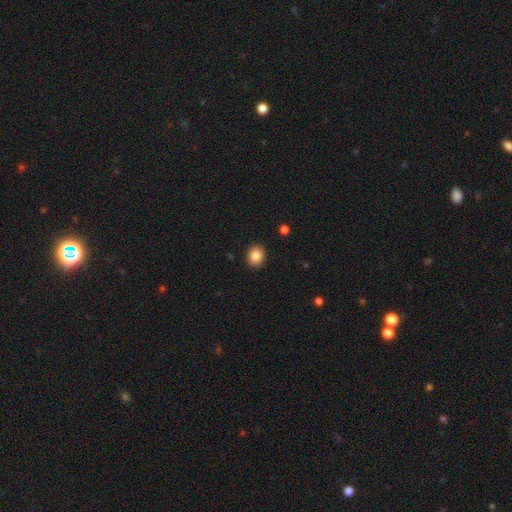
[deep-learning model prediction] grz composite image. It shows a smooth galaxy with no disk features (86%) that is round (67%). Merging: none (91%).